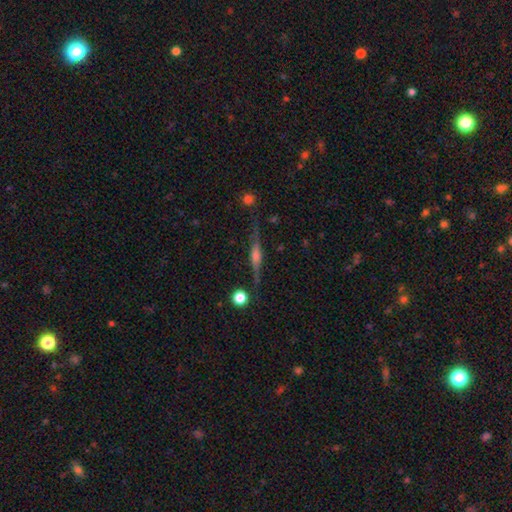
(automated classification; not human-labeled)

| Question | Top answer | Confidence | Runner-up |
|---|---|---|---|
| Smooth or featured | featured or disk | 80% | smooth (11%) |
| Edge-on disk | yes | 98% | no (2%) |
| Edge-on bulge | rounded | 79% | boxy (15%) |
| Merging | none | 86% | minor disturbance (9%) |